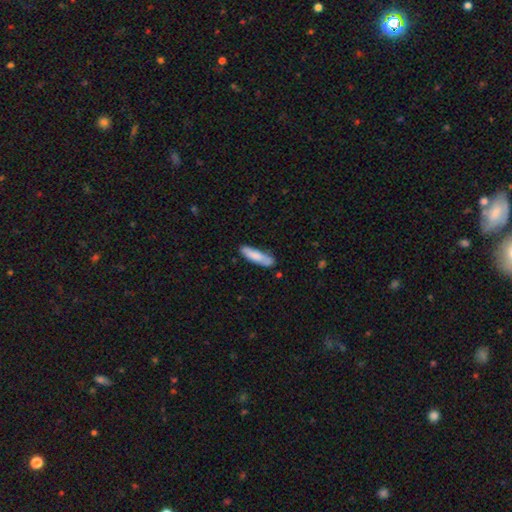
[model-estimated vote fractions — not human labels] smooth-or-featured: smooth: 80% | featured or disk: 14% | star or artifact: 6%
  how-rounded: cigar-shaped: 68% | in between: 31% | round: 1%
  merging: none: 76% | minor disturbance: 18% | major disturbance: 3% | merger: 3%